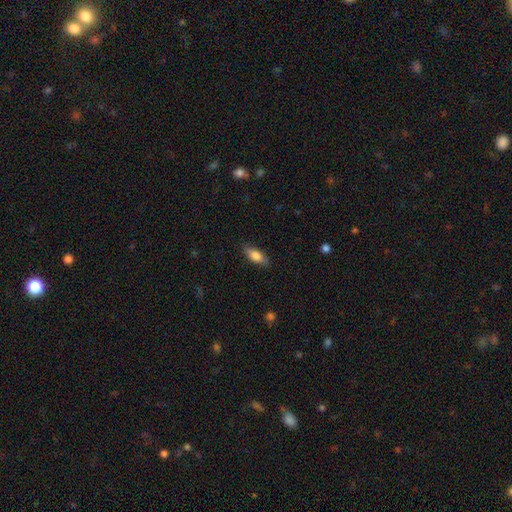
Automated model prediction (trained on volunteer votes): smooth 78%, featured or disk 16%, star or artifact 7%. Down the decision tree: how rounded — in between (77%); merging — none (83%).